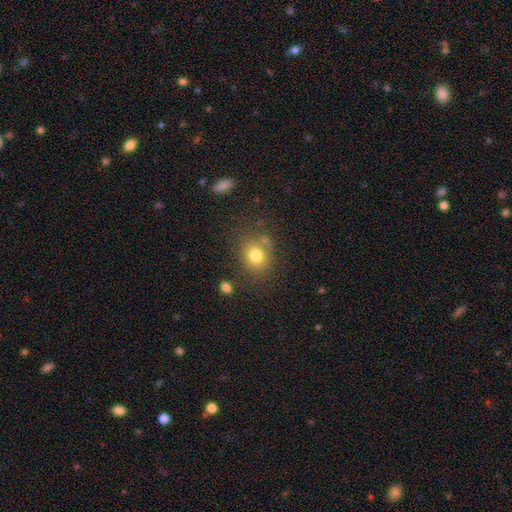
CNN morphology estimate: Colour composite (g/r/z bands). It shows a smooth galaxy with no disk features (78%) that is round (67%). Merging: none (71%).